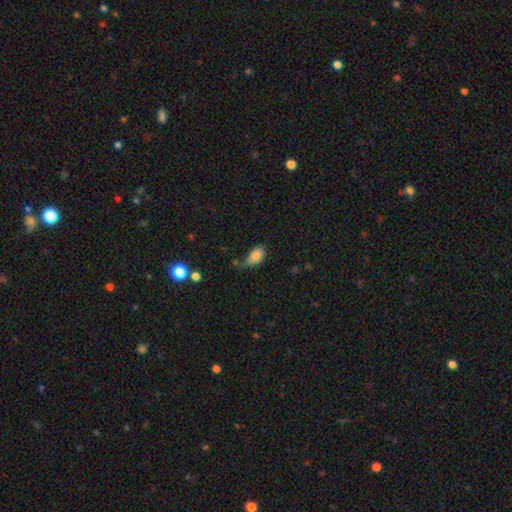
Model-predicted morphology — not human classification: Smooth or featured? Predicted: smooth (p=0.81). How rounded? Predicted: in between (p=0.91). Merging? Predicted: none (p=0.45).